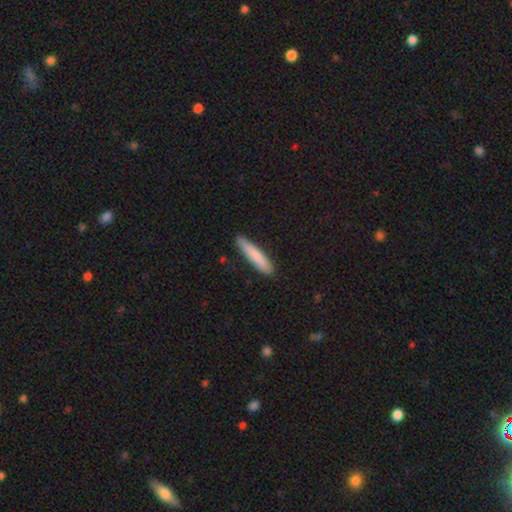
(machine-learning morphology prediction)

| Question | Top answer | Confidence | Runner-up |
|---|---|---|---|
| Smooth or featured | smooth | 82% | featured or disk (12%) |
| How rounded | cigar-shaped | 90% | in between (9%) |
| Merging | none | 86% | minor disturbance (11%) |